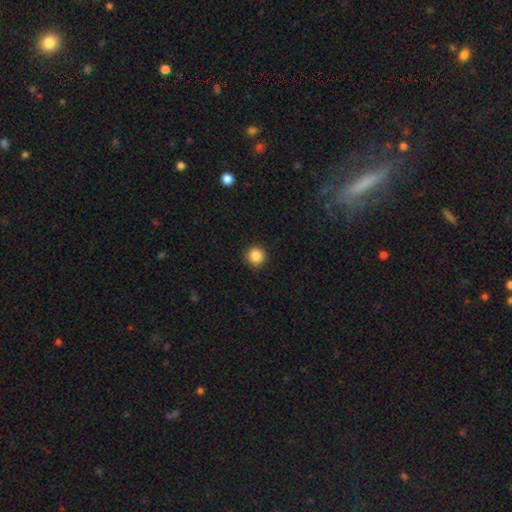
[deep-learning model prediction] This is clearly a smooth galaxy (87%). How rounded: clearly round (93%). Merging: clearly none (92%).